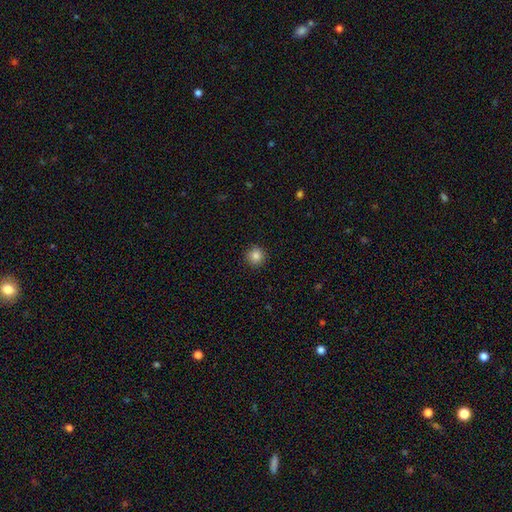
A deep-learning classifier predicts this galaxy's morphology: The model was most divided on "smooth or featured": smooth: 85%, star or artifact: 11%, featured or disk: 5%. More confident: how rounded — round (95%); merging — none (91%).